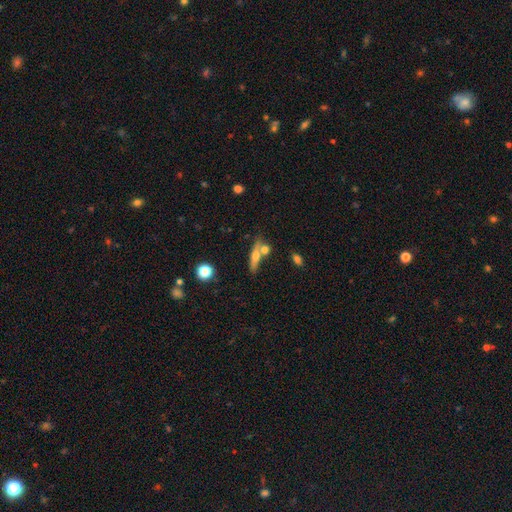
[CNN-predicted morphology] The model was most divided on "smooth or featured": smooth: 51%, featured or disk: 40%, star or artifact: 9%. More confident: how rounded — cigar-shaped (69%); merging — none (58%).